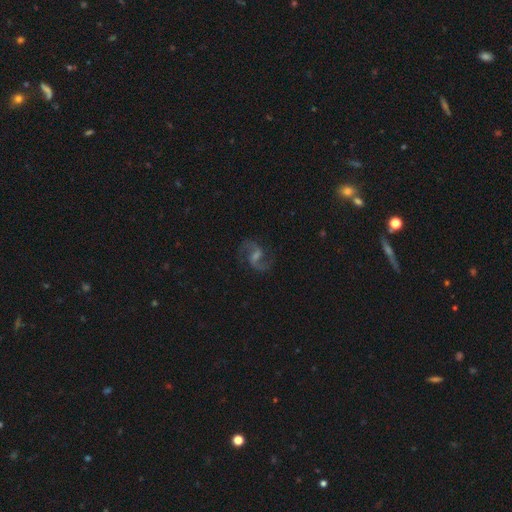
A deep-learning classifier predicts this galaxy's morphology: Smooth or featured: featured or disk — 88% (star or artifact — 8%)
Edge-on disk: no — 98% (yes — 2%)
Bar: weak — 58% (no — 22%)
Spiral arms: yes — 98% (no — 2%)
Spiral winding: medium — 46% (tied with loose — 46%)
Spiral arm count: 2 — 93% (can't tell — 2%)
Bulge size: small — 43% (moderate — 30%)
Merging: none — 82% (minor disturbance — 11%)